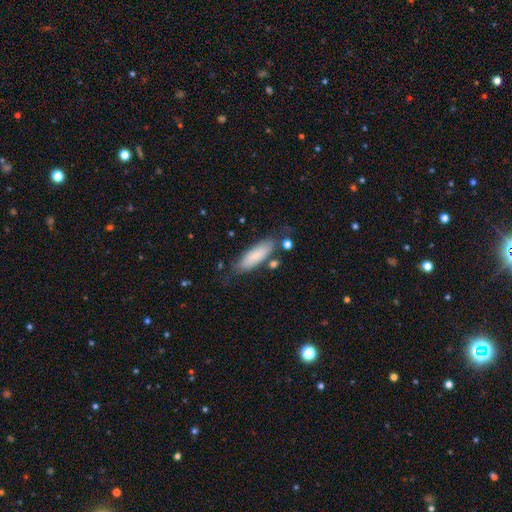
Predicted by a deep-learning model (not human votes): smooth 79%, featured or disk 15%, star or artifact 6%. Down the decision tree: how rounded — cigar-shaped (51%); merging — none (71%).